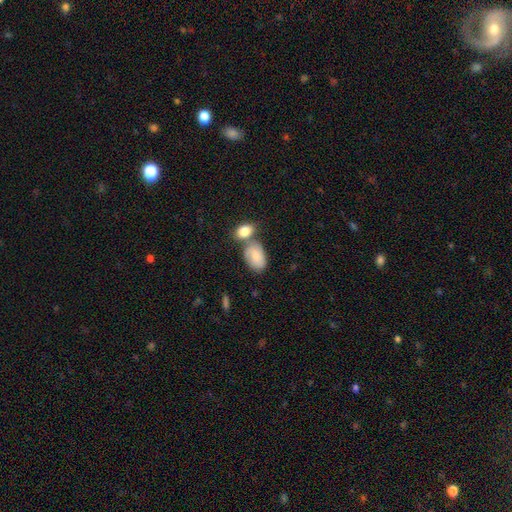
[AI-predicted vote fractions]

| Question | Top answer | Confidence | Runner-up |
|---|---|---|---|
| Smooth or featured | smooth | 71% | featured or disk (22%) |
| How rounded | in between | 88% | round (10%) |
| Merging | none | 41% | merger (36%) |